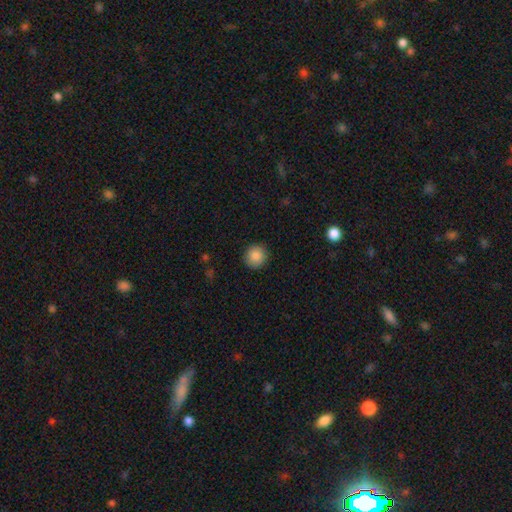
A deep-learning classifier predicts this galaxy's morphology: Smooth or featured? smooth (87%)
How rounded? round (93%)
Merging? none (91%)